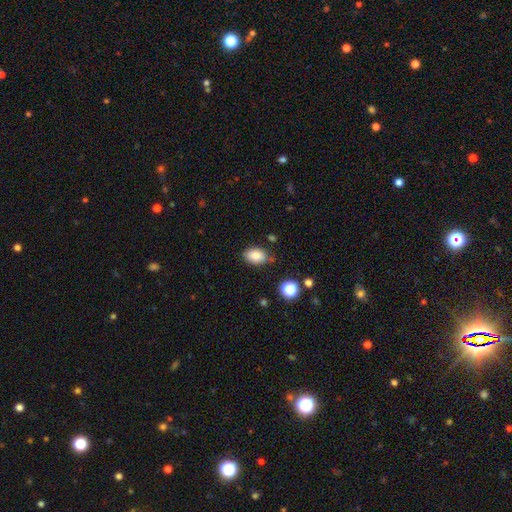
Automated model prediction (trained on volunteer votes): Smooth or featured?
  - smooth: 85% *
  - star or artifact: 9%
  - featured or disk: 6%
How rounded?
  - in between: 85% *
  - round: 13%
  - cigar-shaped: 1%
Merging?
  - none: 71% *
  - minor disturbance: 22%
  - major disturbance: 4%
  - merger: 3%